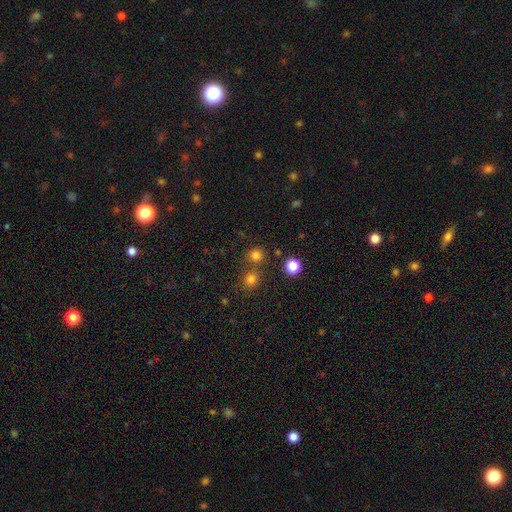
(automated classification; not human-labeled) This is likely a smooth galaxy (76%). How rounded: clearly round (90%). Merging: likely none (72%).